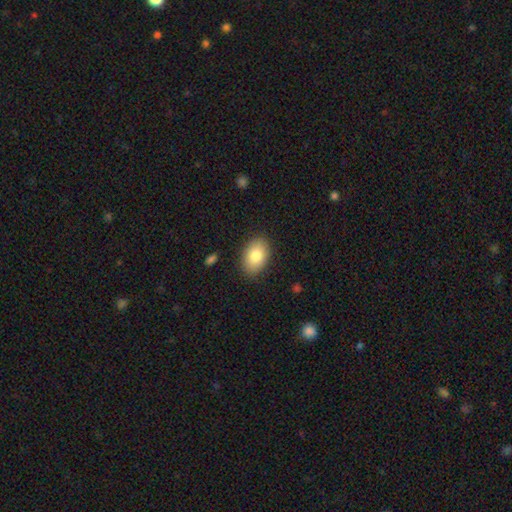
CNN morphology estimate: Smooth or featured: smooth — 83% (featured or disk — 10%)
How rounded: in between — 86% (round — 13%)
Merging: none — 87% (minor disturbance — 10%)